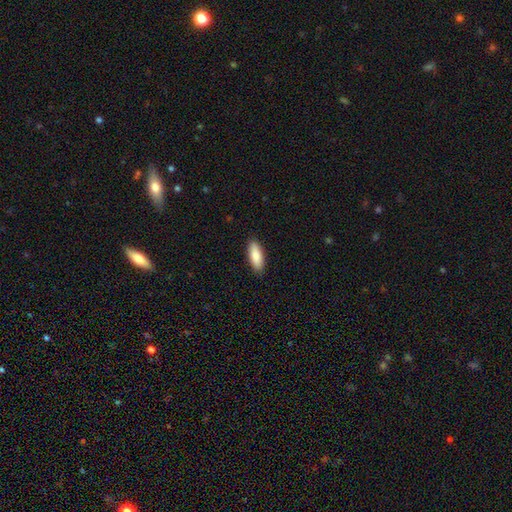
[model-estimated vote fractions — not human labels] Q: Smooth or featured?
A: smooth (86%); runner-up: featured or disk (9%)
Q: How rounded?
A: in between (69%); runner-up: cigar-shaped (30%)
Q: Merging?
A: none (89%); runner-up: minor disturbance (8%)